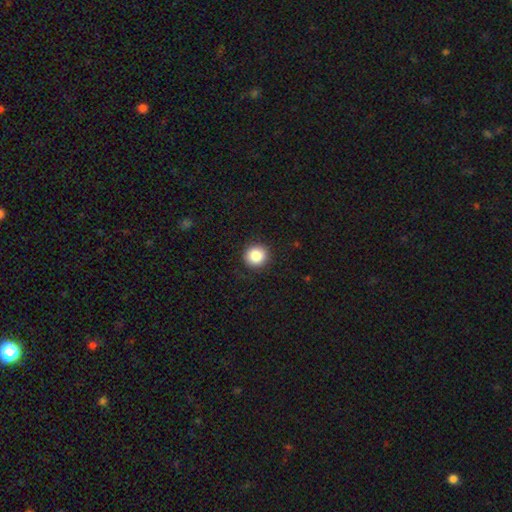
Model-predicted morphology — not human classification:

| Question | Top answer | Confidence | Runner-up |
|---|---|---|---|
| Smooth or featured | smooth | 87% | star or artifact (9%) |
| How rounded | round | 91% | in between (8%) |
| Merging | none | 90% | minor disturbance (7%) |